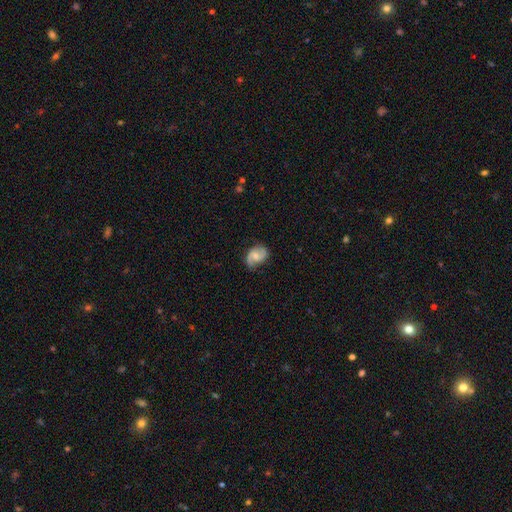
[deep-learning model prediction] Morphology: type=featured or disk (70%); edge-on=no (98%); bar=weak (45%); spiral arms=yes (93%); winding=medium (47%); arm count=2 (86%); bulge=moderate (47%); merging=none (71%).